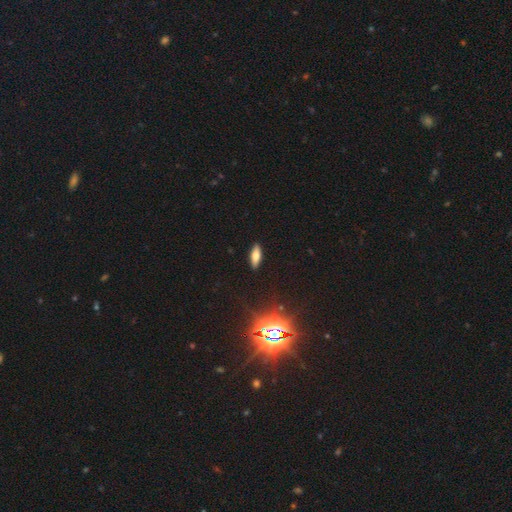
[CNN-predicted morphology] Smooth or featured: smooth — 64% (featured or disk — 24%)
How rounded: in between — 61% (cigar-shaped — 36%)
Merging: none — 90% (minor disturbance — 7%)